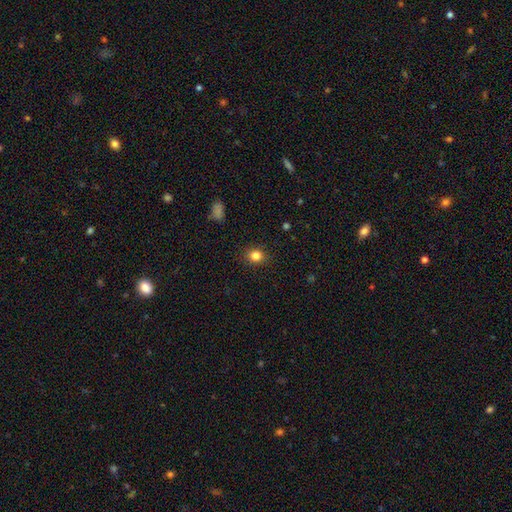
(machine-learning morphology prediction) Smooth or featured? smooth (83%)
How rounded? round (67%)
Merging? none (89%)